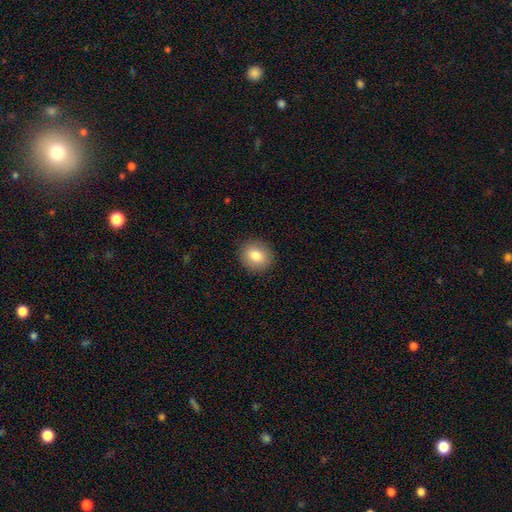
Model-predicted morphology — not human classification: Q: Smooth or featured?
A: smooth (82%); runner-up: featured or disk (9%)
Q: How rounded?
A: round (72%); runner-up: in between (27%)
Q: Merging?
A: none (90%); runner-up: minor disturbance (7%)